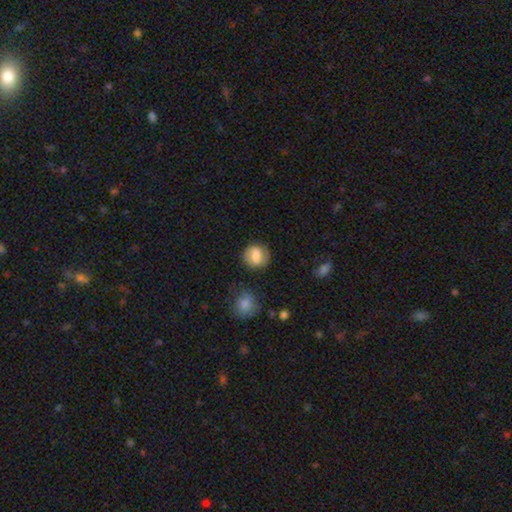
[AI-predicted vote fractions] smooth 56%, featured or disk 36%, star or artifact 8%. Down the decision tree: how rounded — round (78%); merging — none (75%).